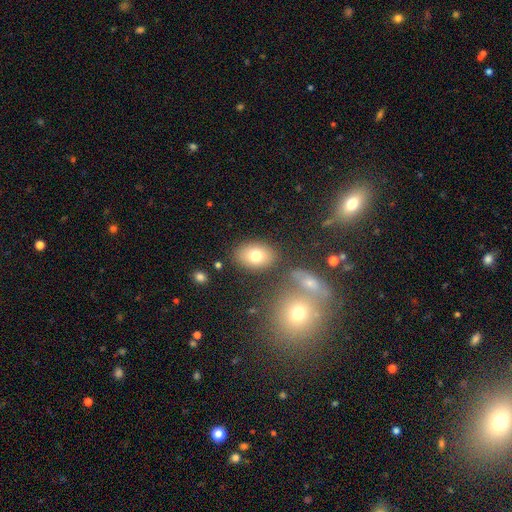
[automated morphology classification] Smooth or featured? Predicted: smooth (p=0.75). How rounded? Predicted: in between (p=0.78). Merging? Predicted: none (p=0.79).